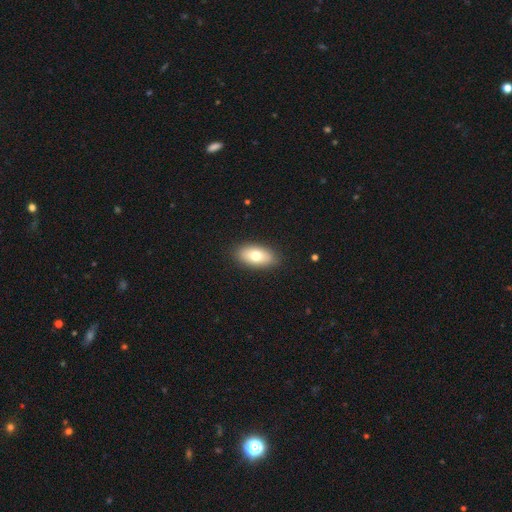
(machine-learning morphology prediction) smooth_or_featured: smooth (p=0.73) [alt: featured or disk p=0.20]
how_rounded: in between (p=0.90) [alt: cigar-shaped p=0.05]
merging: none (p=0.88) [alt: minor disturbance p=0.09]